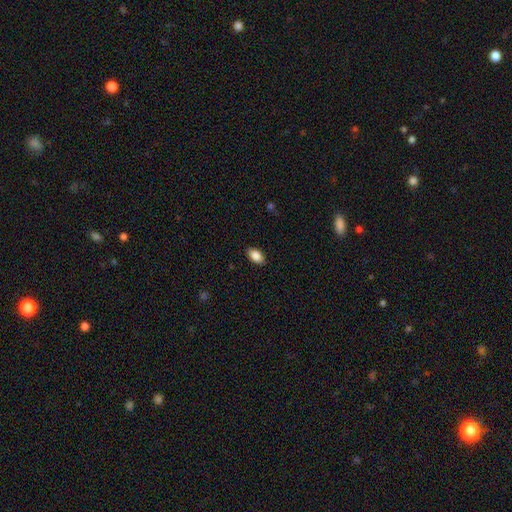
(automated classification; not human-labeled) This appears to be a smooth galaxy with no disk features (87%) that is in between round and cigar-shaped (91%). Merging: none (88%).